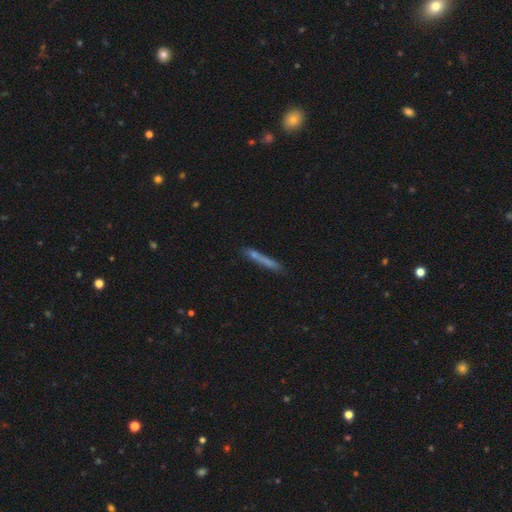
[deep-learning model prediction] This is likely a smooth galaxy (61%). How rounded: clearly cigar-shaped (95%). Merging: likely none (77%).